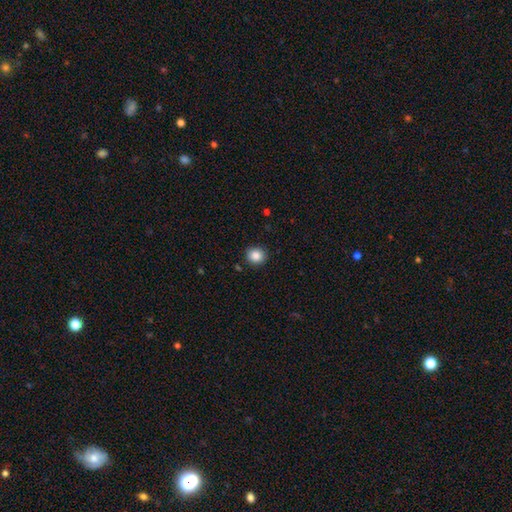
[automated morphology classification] smooth 86%, star or artifact 10%, featured or disk 4%. Down the decision tree: how rounded — round (86%); merging — none (89%).